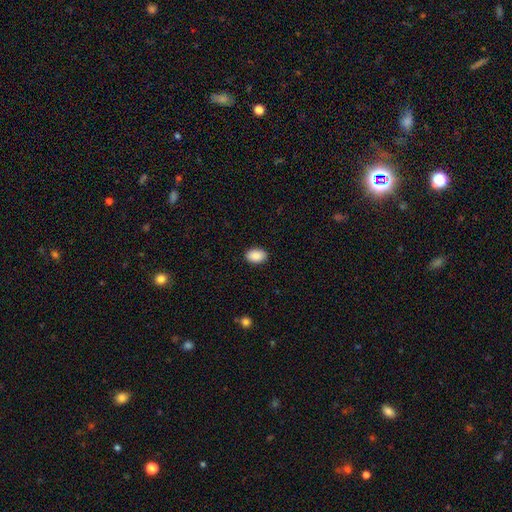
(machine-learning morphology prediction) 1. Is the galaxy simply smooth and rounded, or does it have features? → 90% smooth, 7% star or artifact, 3% featured or disk.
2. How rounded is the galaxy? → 88% in between, 11% round, 1% cigar-shaped.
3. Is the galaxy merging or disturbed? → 89% none, 8% minor disturbance, 2% major disturbance, 1% merger.